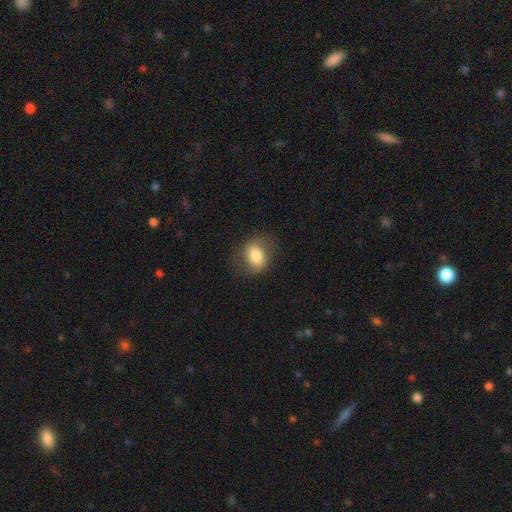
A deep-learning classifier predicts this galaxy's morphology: Smooth or featured? smooth (77%)
How rounded? in between (61%)
Merging? none (78%)